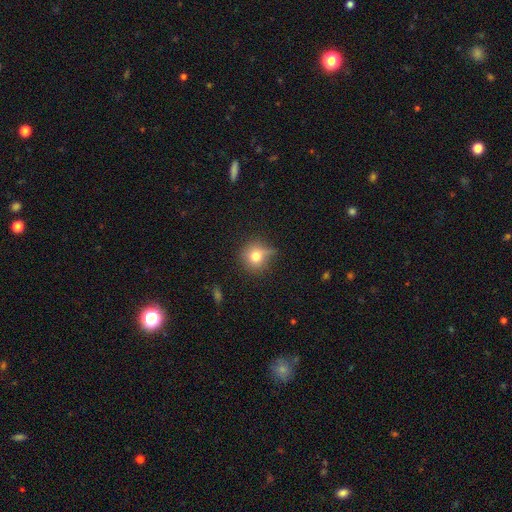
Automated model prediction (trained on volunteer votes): Smooth or featured?
  - smooth: 74% *
  - star or artifact: 13%
  - featured or disk: 13%
How rounded?
  - round: 88% *
  - in between: 11%
  - cigar-shaped: 1%
Merging?
  - none: 61% *
  - minor disturbance: 26%
  - major disturbance: 10%
  - merger: 4%